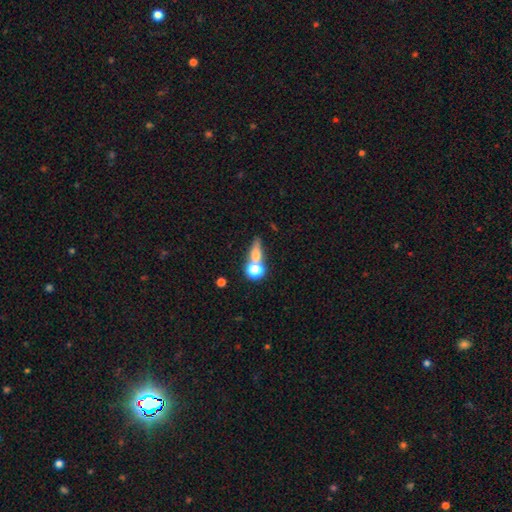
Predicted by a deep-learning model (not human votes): smooth-or-featured: smooth: 61% | featured or disk: 20% | star or artifact: 19%
  how-rounded: round: 37% | in between: 35% | cigar-shaped: 29%
  merging: none: 50% | merger: 31% | minor disturbance: 11% | major disturbance: 7%